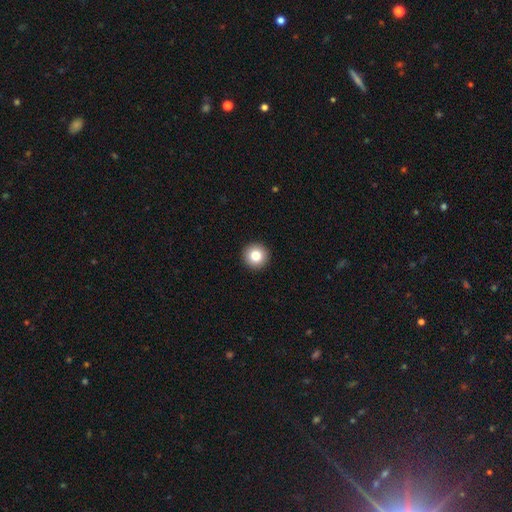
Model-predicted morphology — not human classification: This is clearly a smooth galaxy (83%). How rounded: clearly round (96%). Merging: clearly none (94%).